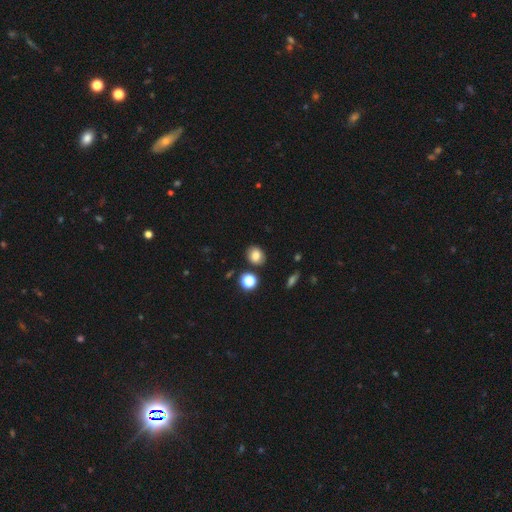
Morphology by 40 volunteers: Smooth or featured?
  - smooth: 95% *
  - featured or disk: 2%
  - star or artifact: 2%
How rounded?
  - round: 61% *
  - in between: 39%
  - cigar-shaped: 0%
Merging?
  - none: 95% *
  - minor disturbance: 5%
  - major disturbance: 0%
  - merger: 0%